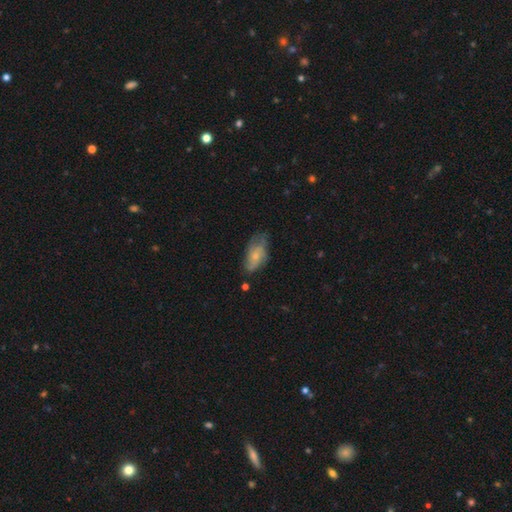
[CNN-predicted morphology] This is possibly a smooth galaxy (49%). Merging: possibly none (50%).